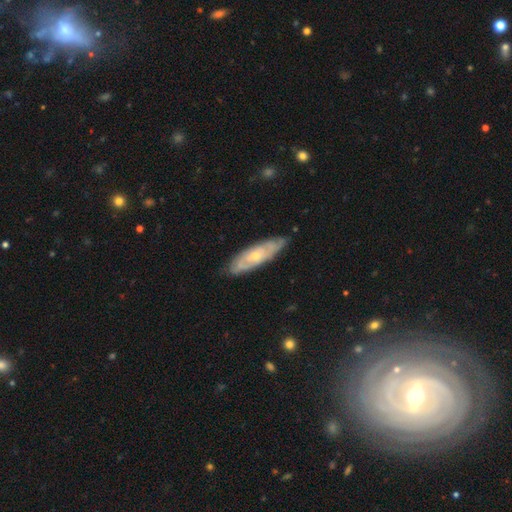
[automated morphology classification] Smooth or featured? Predicted: featured or disk (p=0.66). Edge-on disk? Predicted: no (p=0.76). Merging? Predicted: none (p=0.77).